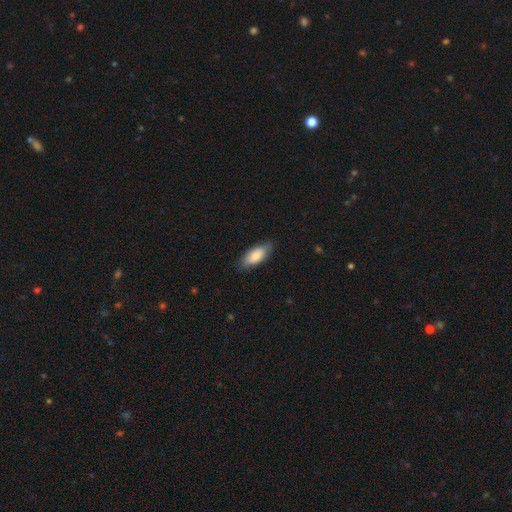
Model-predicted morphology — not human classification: This appears to be a smooth galaxy with no disk features (81%) that is in between round and cigar-shaped (85%). Merging: none (80%).